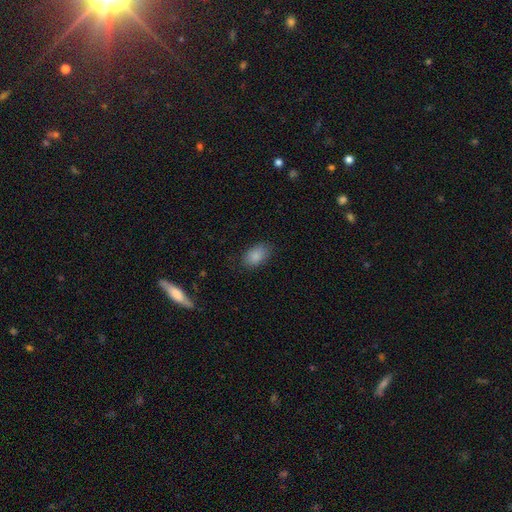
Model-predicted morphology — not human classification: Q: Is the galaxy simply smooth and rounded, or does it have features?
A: smooth — 87%.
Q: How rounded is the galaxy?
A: in between — 91%.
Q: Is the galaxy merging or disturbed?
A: none — 82%.